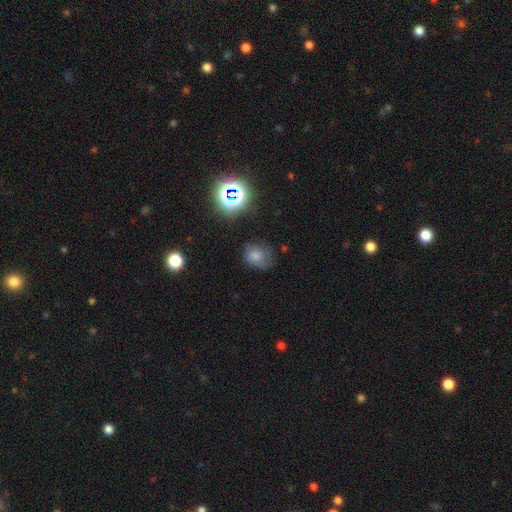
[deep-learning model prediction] smooth-or-featured: smooth: 69% | star or artifact: 18% | featured or disk: 13%
  how-rounded: round: 58% | in between: 41% | cigar-shaped: 1%
  merging: none: 60% | minor disturbance: 27% | major disturbance: 10% | merger: 2%